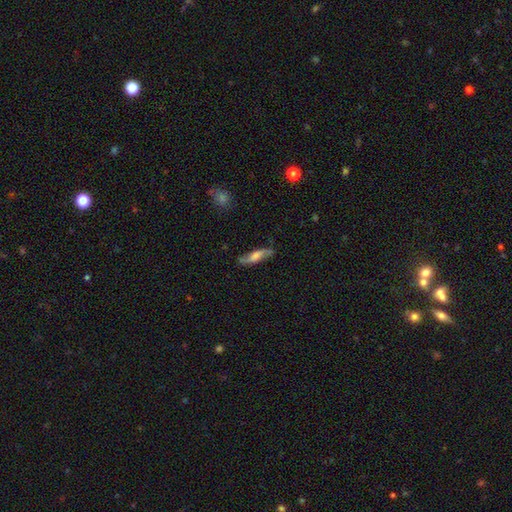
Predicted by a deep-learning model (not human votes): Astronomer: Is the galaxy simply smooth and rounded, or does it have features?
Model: featured or disk — 50% (runner-up: smooth, 43%).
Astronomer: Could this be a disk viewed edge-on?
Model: no — 60% (runner-up: yes, 40%).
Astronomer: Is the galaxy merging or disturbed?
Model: none — 79%.